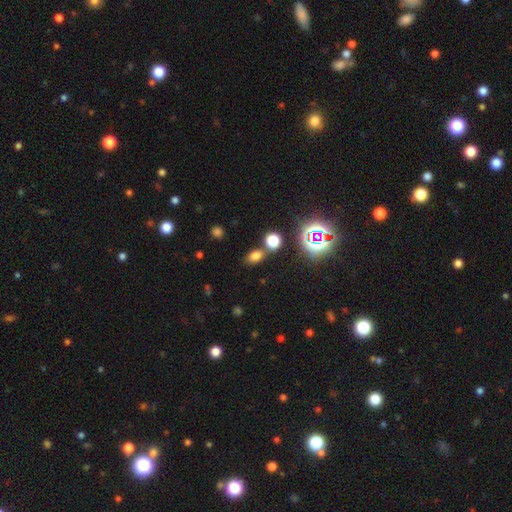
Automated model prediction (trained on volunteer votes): This appears to be a smooth galaxy with no disk features (68%) that is in between round and cigar-shaped (73%). Merging: none (69%).